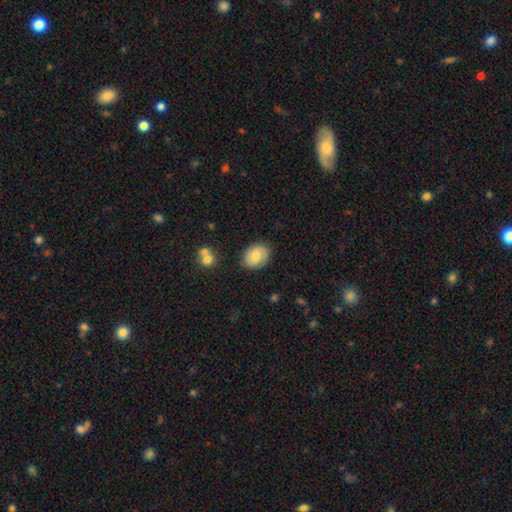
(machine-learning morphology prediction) smooth 68%, featured or disk 24%, star or artifact 7%. Down the decision tree: how rounded — in between (55%); merging — none (82%).